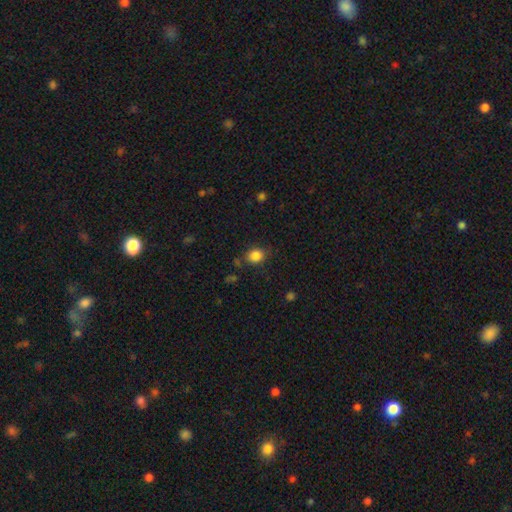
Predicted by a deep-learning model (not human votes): Smooth or featured?
  - smooth: 84% *
  - star or artifact: 11%
  - featured or disk: 5%
How rounded?
  - round: 65% *
  - in between: 34%
  - cigar-shaped: 1%
Merging?
  - none: 79% *
  - minor disturbance: 14%
  - major disturbance: 4%
  - merger: 3%